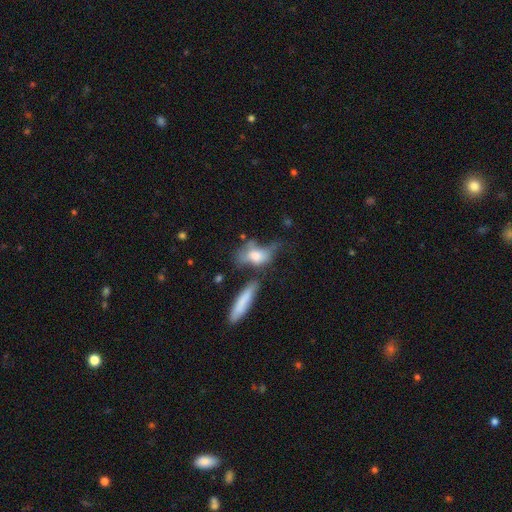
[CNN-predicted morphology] smooth_or_featured: smooth (p=0.62) [alt: featured or disk p=0.30]
how_rounded: in between (p=0.78) [alt: cigar-shaped p=0.12]
merging: major disturbance (p=0.31) [alt: none p=0.28]